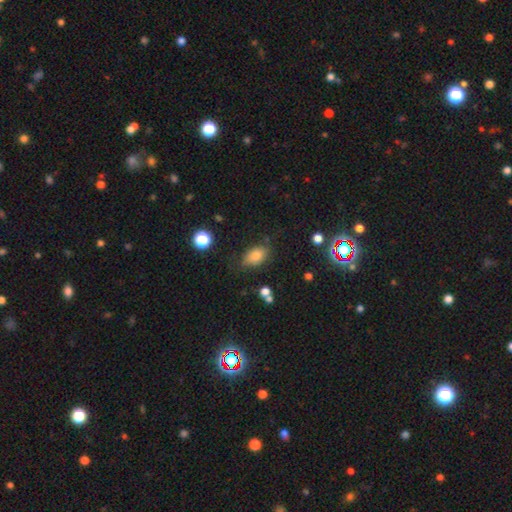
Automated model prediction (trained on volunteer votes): Smooth or featured? Predicted: smooth (p=0.80). How rounded? Predicted: in between (p=0.87). Merging? Predicted: none (p=0.74).